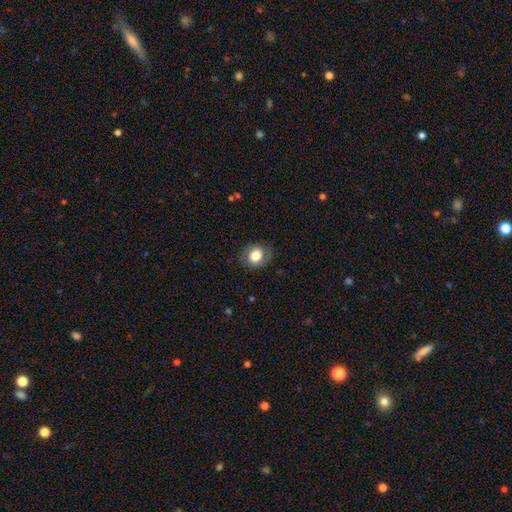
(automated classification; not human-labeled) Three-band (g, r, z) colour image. It shows a smooth galaxy with no disk features (75%) that is round (62%). Merging: none (81%).